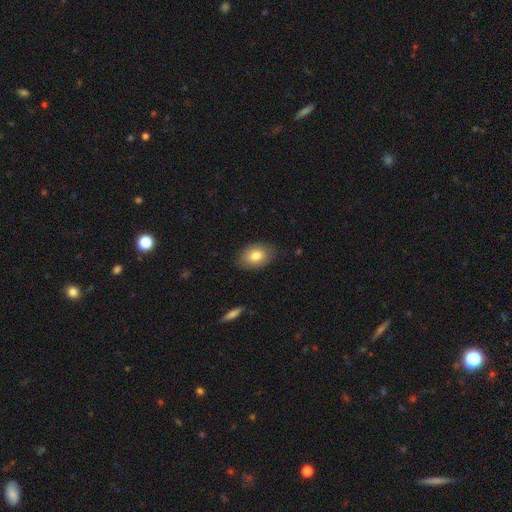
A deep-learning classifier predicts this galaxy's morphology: A smooth galaxy with no disk features (81%) that is in between round and cigar-shaped (83%).

Vote fractions:
- Smooth or featured? smooth: 81% / featured or disk: 12% / star or artifact: 7%
- How rounded? in between: 83% / round: 15% / cigar-shaped: 1%
- Merging? none: 83% / minor disturbance: 13% / major disturbance: 3% / merger: 1%